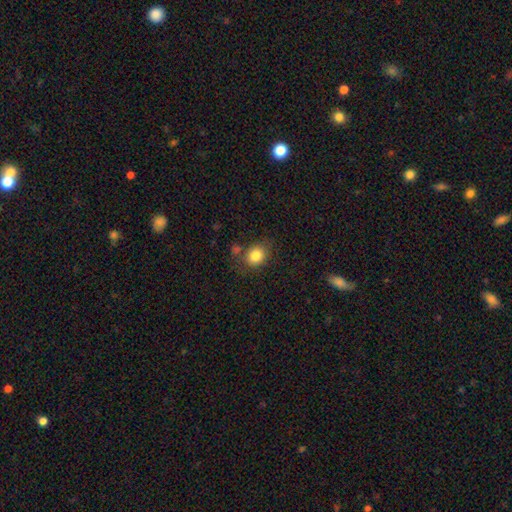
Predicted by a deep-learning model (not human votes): Q: Smooth or featured?
A: smooth (83%); runner-up: star or artifact (10%)
Q: How rounded?
A: round (60%); runner-up: in between (39%)
Q: Merging?
A: none (71%); runner-up: minor disturbance (16%)